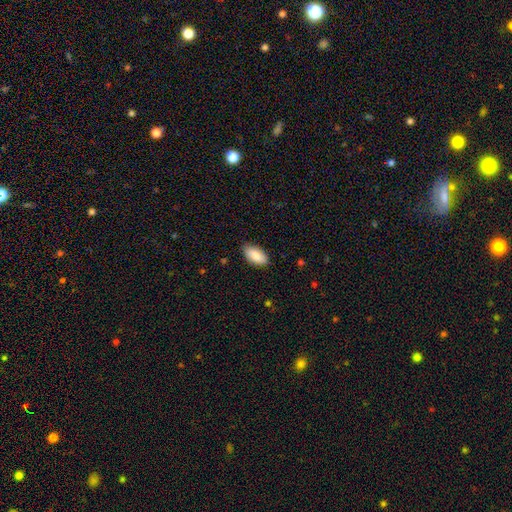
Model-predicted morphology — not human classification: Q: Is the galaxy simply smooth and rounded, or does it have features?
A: smooth — 86%.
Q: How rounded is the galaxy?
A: in between — 94%.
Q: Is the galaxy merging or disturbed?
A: none — 85%.